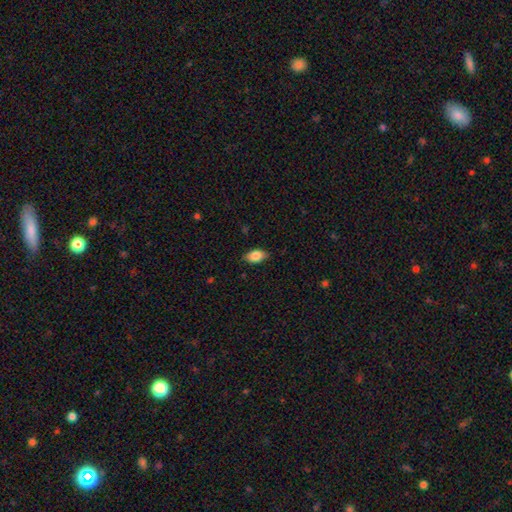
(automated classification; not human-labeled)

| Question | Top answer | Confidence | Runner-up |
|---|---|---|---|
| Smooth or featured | smooth | 83% | featured or disk (10%) |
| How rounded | in between | 89% | round (7%) |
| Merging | none | 83% | minor disturbance (13%) |